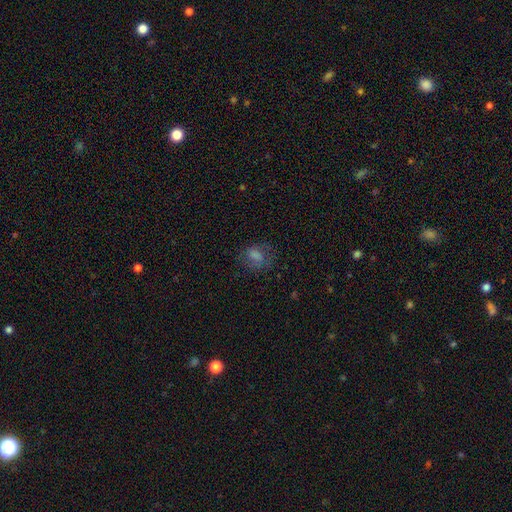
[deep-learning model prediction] smooth 57%, star or artifact 22%, featured or disk 21%. Down the decision tree: how rounded — in between (53%); merging — none (69%).